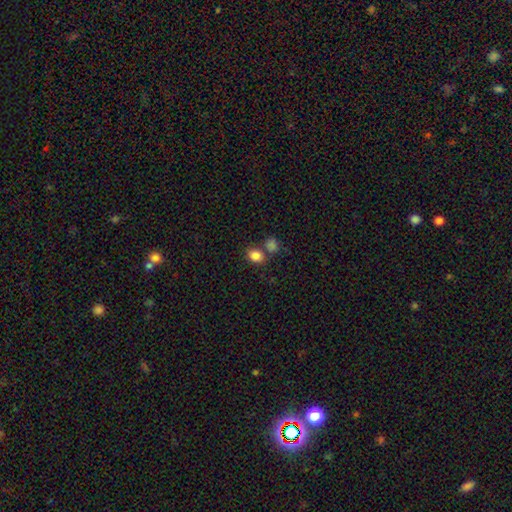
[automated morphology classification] smooth-or-featured: smooth: 84% | star or artifact: 11% | featured or disk: 5%
  how-rounded: round: 52% | in between: 47% | cigar-shaped: 1%
  merging: none: 64% | merger: 21% | minor disturbance: 11% | major disturbance: 4%